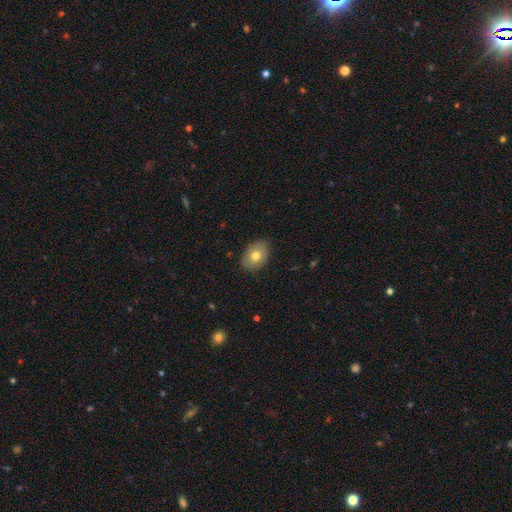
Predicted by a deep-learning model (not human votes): Overall: smooth (73%). How rounded: in between (75%). Merging: none (84%).